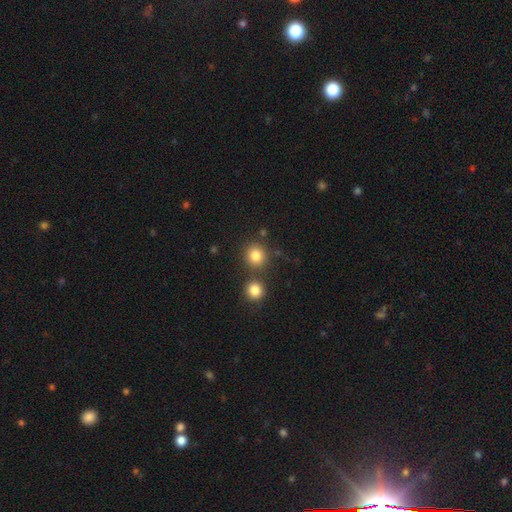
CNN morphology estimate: Smooth or featured? smooth (82%)
How rounded? round (89%)
Merging? none (73%)